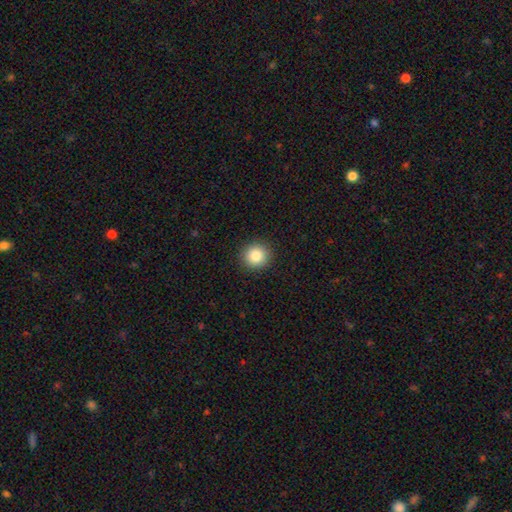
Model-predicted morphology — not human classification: Smooth or featured: smooth — 84% (star or artifact — 10%)
How rounded: round — 92% (in between — 7%)
Merging: none — 92% (minor disturbance — 5%)